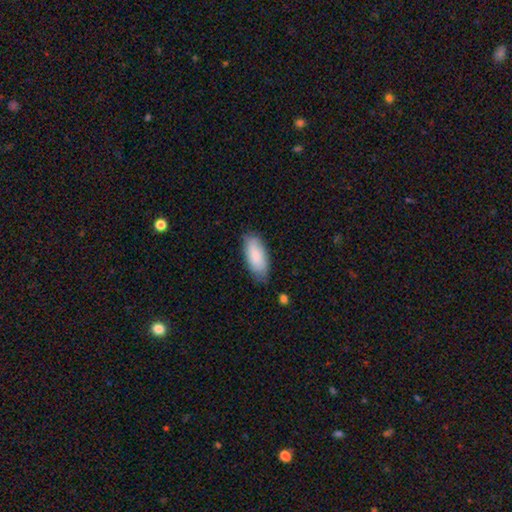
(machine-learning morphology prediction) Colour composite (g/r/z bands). It shows a smooth galaxy with no disk features (84%) that is in between round and cigar-shaped (84%). Merging: none (74%).